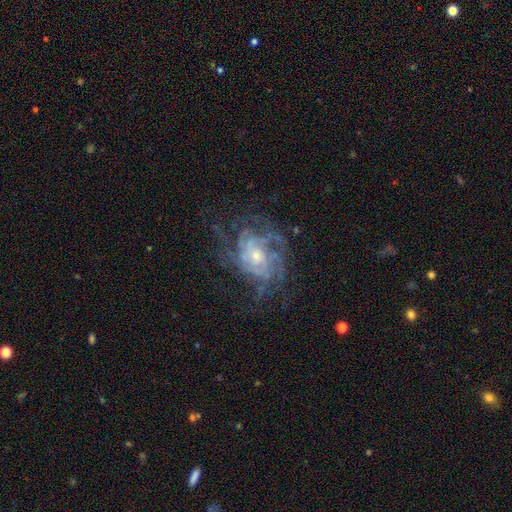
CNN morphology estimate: A featured or disk galaxy (84%) with no bar (74%), tight (53%) spiral arms (91%) and a small central bulge (60%). Merging: none (61%).